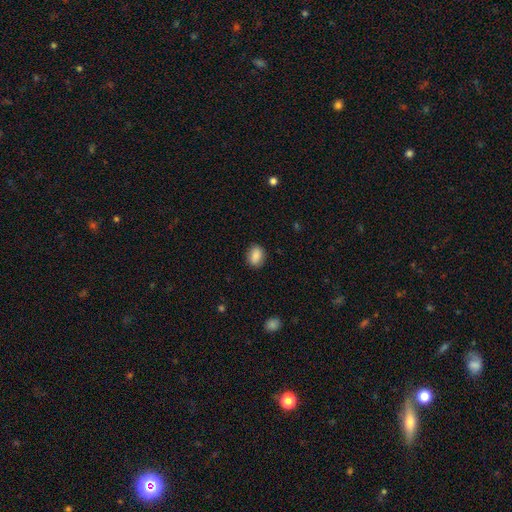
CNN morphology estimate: Smooth or featured?
  - smooth: 88% *
  - star or artifact: 8%
  - featured or disk: 5%
How rounded?
  - in between: 72% *
  - round: 27%
  - cigar-shaped: 2%
Merging?
  - none: 87% *
  - minor disturbance: 10%
  - major disturbance: 2%
  - merger: 1%